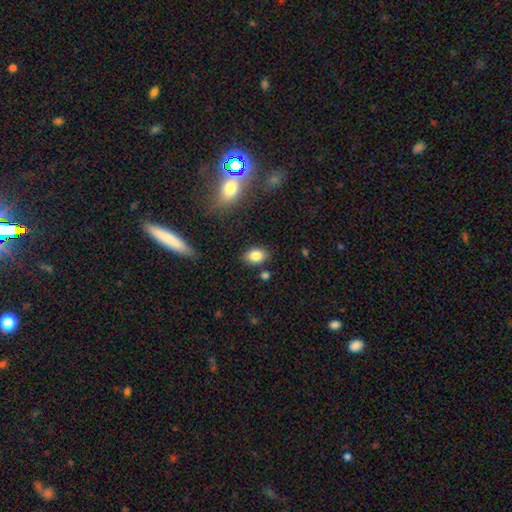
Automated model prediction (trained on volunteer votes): The model was most divided on "how rounded": in between: 75%, round: 23%, cigar-shaped: 1%. More confident: smooth or featured — smooth (84%); merging — none (82%).